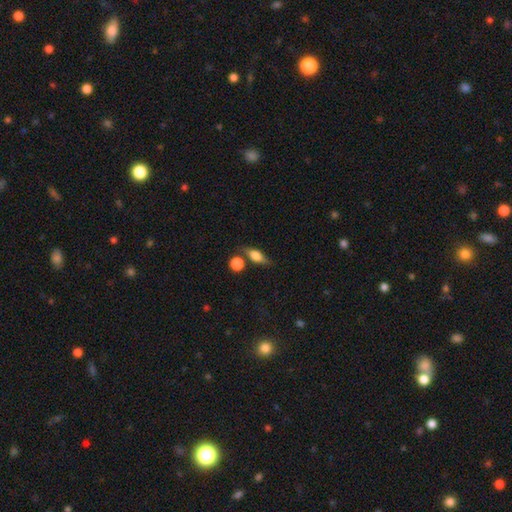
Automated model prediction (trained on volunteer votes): A smooth galaxy with no disk features (60%) that is in between round and cigar-shaped (62%). Merging: none (66%).